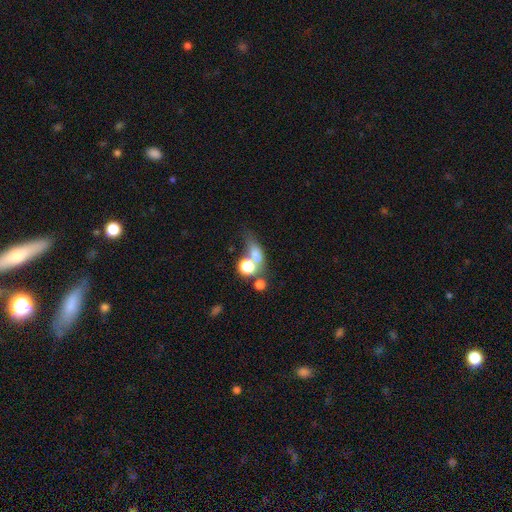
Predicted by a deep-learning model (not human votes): This appears to be a smooth galaxy with no disk features (65%) that is in between round and cigar-shaped (49%). Merging: merger (40%).